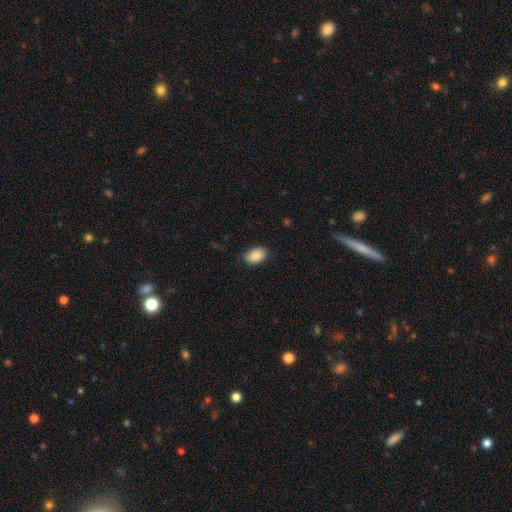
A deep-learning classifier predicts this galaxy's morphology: smooth 89%, star or artifact 7%, featured or disk 4%. Down the decision tree: how rounded — in between (88%); merging — none (83%).